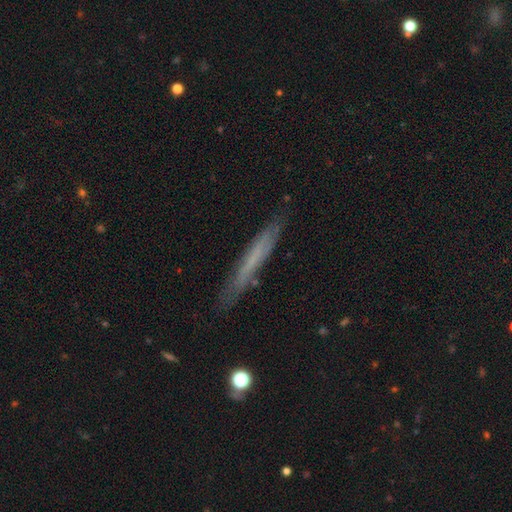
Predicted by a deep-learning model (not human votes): A smooth galaxy with no disk features (49%).

Vote fractions:
- Smooth or featured? smooth: 49% / featured or disk: 44% / star or artifact: 8%
- Merging? none: 80% / minor disturbance: 15% / major disturbance: 3% / merger: 2%